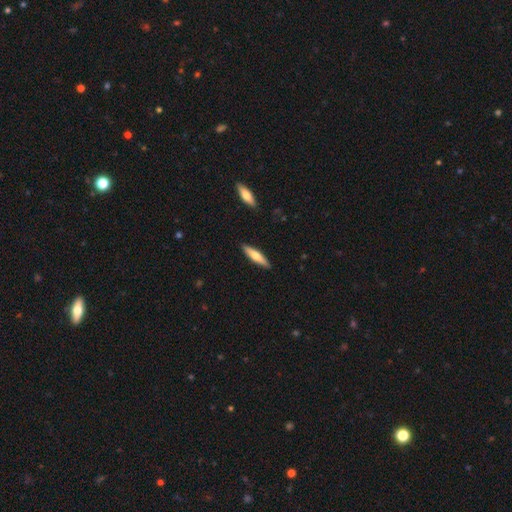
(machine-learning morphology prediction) This appears to be a smooth galaxy with no disk features (61%) that is cigar-shaped (78%). Merging: none (90%).